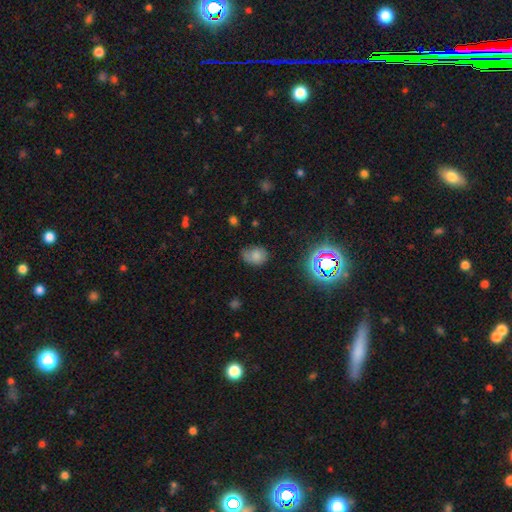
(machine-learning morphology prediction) Smooth or featured? smooth (69%)
How rounded? in between (60%)
Merging? none (56%)